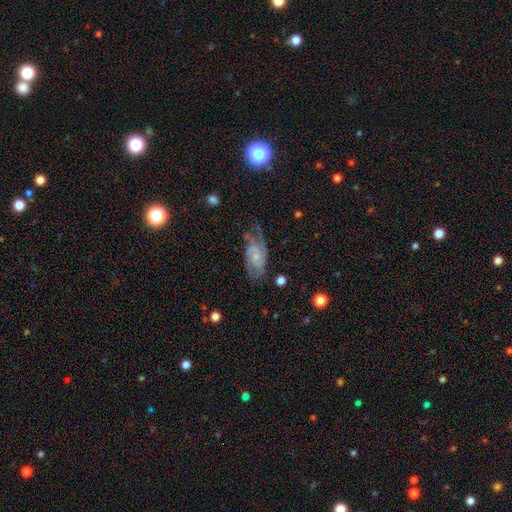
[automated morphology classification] Smooth or featured? featured or disk (78%)
Edge-on disk? no (95%)
Bar? no (56%)
Spiral arms? yes (93%)
Spiral winding? medium (44%)
Spiral arm count? 2 (52%)
Bulge size? small (63%)
Merging? none (53%)